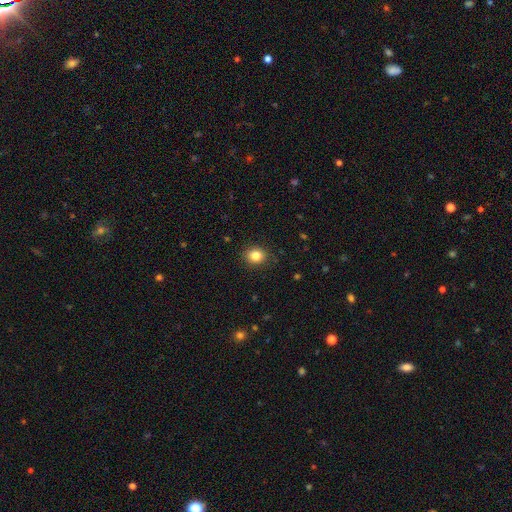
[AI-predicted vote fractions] smooth_or_featured: smooth (p=0.84) [alt: star or artifact p=0.11]
how_rounded: round (p=0.71) [alt: in between p=0.28]
merging: none (p=0.89) [alt: minor disturbance p=0.07]